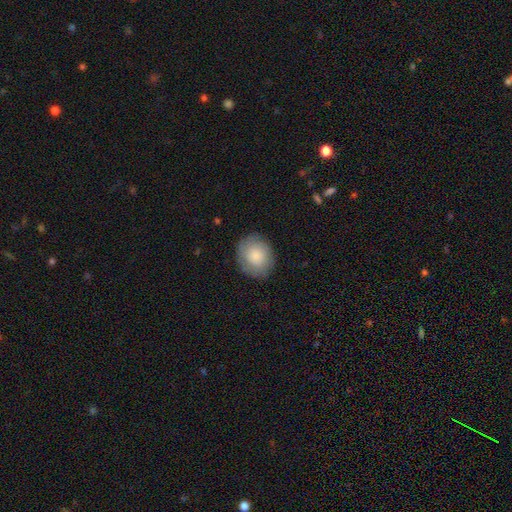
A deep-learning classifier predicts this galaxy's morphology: smooth-or-featured: smooth: 82% | featured or disk: 11% | star or artifact: 7%
  how-rounded: round: 55% | in between: 44% | cigar-shaped: 1%
  merging: none: 82% | minor disturbance: 14% | major disturbance: 4% | merger: 1%